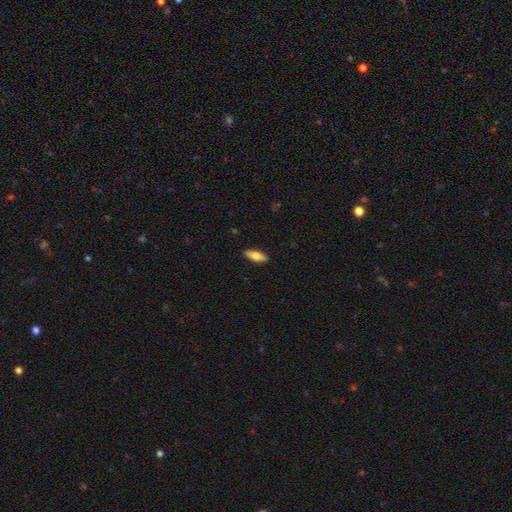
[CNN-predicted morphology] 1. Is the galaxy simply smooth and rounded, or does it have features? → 73% smooth, 21% featured or disk, 6% star or artifact.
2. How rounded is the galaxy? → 67% in between, 31% cigar-shaped, 2% round.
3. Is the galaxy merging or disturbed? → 90% none, 8% minor disturbance, 2% major disturbance, 1% merger.